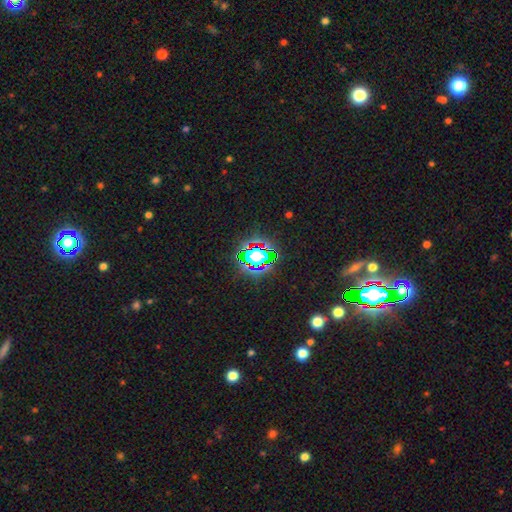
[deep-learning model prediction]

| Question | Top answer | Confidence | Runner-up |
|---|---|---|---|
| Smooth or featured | star or artifact | 64% | smooth (23%) |